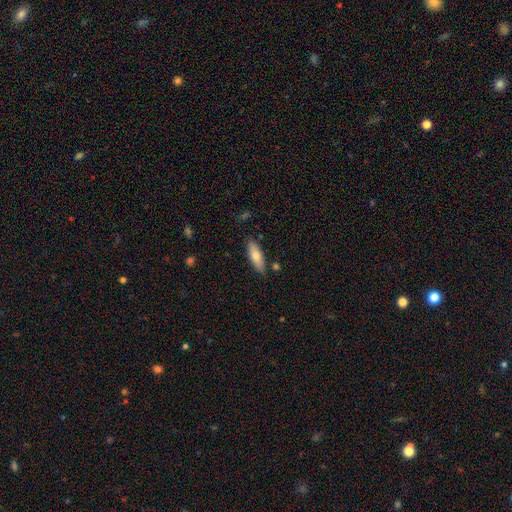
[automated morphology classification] Smooth or featured? smooth (71%)
How rounded? in between (52%)
Merging? none (84%)